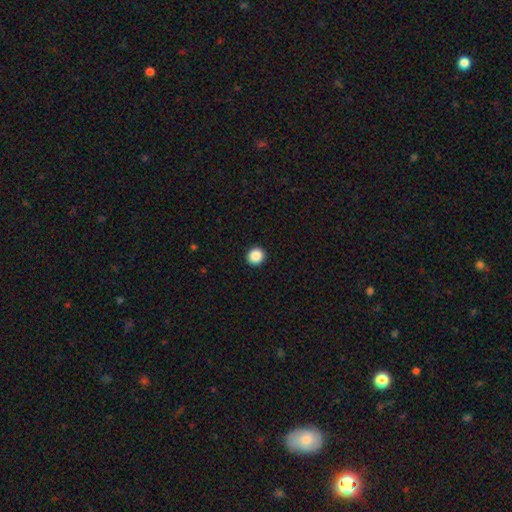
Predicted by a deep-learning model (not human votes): Overall: smooth (88%). How rounded: round (92%). Merging: none (93%).